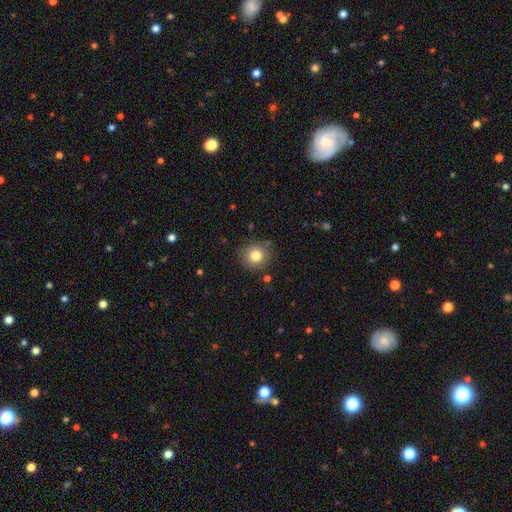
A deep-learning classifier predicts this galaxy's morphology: smooth_or_featured: smooth (p=0.81) [alt: star or artifact p=0.11]
how_rounded: round (p=0.91) [alt: in between p=0.08]
merging: none (p=0.85) [alt: minor disturbance p=0.10]